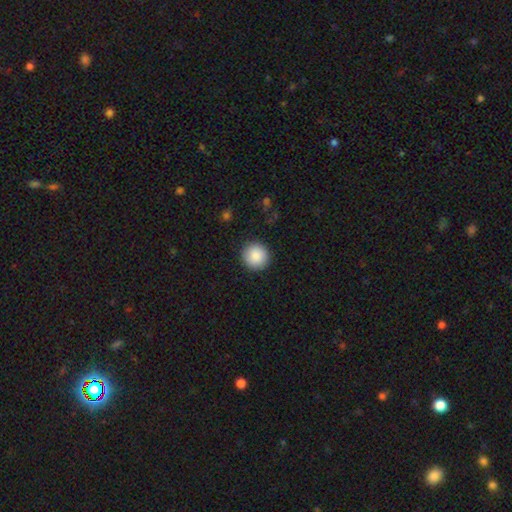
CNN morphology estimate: Smooth or featured: smooth — 88% (star or artifact — 8%)
How rounded: round — 95% (in between — 4%)
Merging: none — 91% (minor disturbance — 6%)